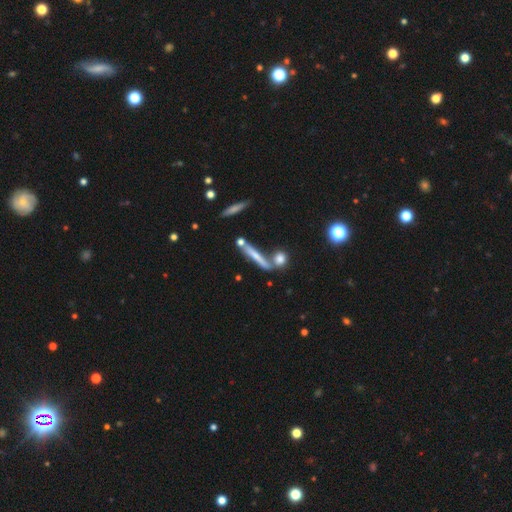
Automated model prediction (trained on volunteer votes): Smooth or featured? smooth (52%)
How rounded? cigar-shaped (86%)
Merging? none (60%)